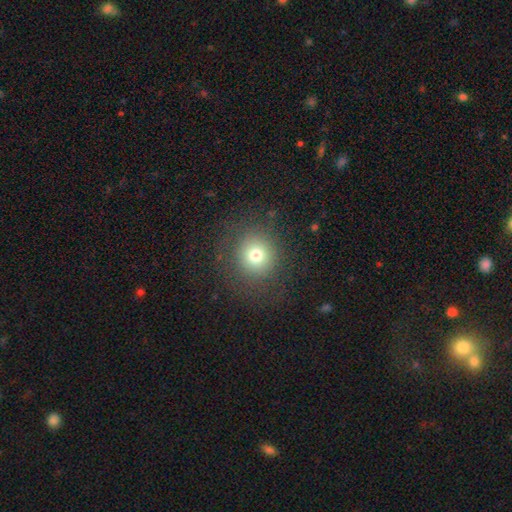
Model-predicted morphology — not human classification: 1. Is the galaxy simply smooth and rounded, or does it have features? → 73% smooth, 17% star or artifact, 11% featured or disk.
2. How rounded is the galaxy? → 90% round, 9% in between, 1% cigar-shaped.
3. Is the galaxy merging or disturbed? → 85% none, 9% minor disturbance, 5% major disturbance, 1% merger.